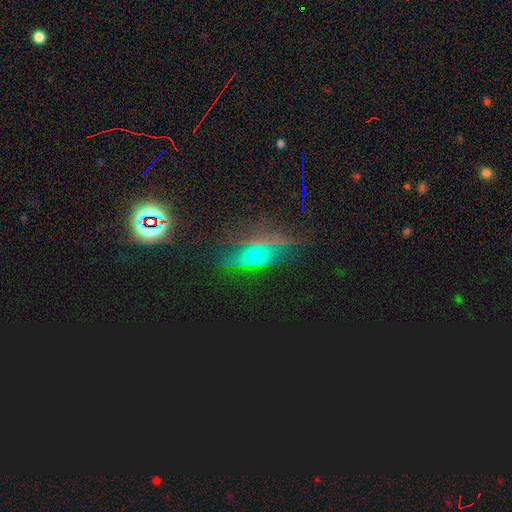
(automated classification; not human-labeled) This is marginally a featured or disk galaxy (44%). Merging: possibly none (58%).